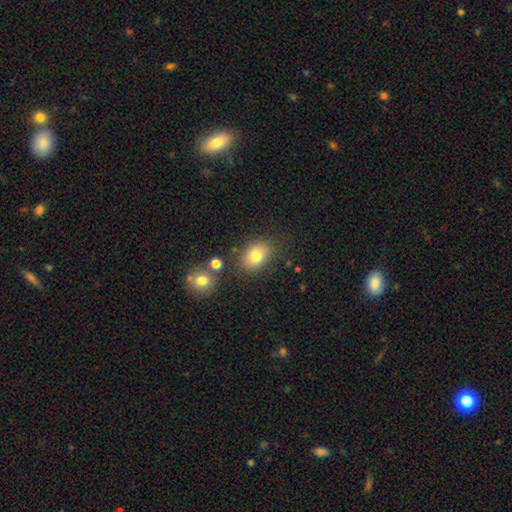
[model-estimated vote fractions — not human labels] Smooth or featured?
  - smooth: 80% *
  - star or artifact: 10%
  - featured or disk: 10%
How rounded?
  - in between: 72% *
  - round: 27%
  - cigar-shaped: 1%
Merging?
  - none: 78% *
  - minor disturbance: 12%
  - merger: 5%
  - major disturbance: 4%